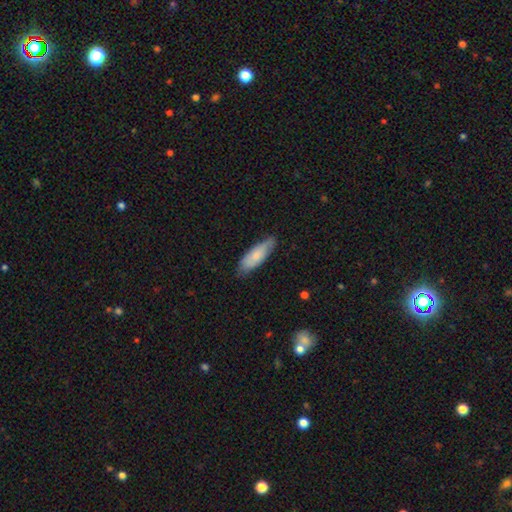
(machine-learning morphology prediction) The model was most divided on "how rounded": in between: 54%, cigar-shaped: 44%, round: 2%. More confident: merging — none (78%); smooth or featured — smooth (77%).